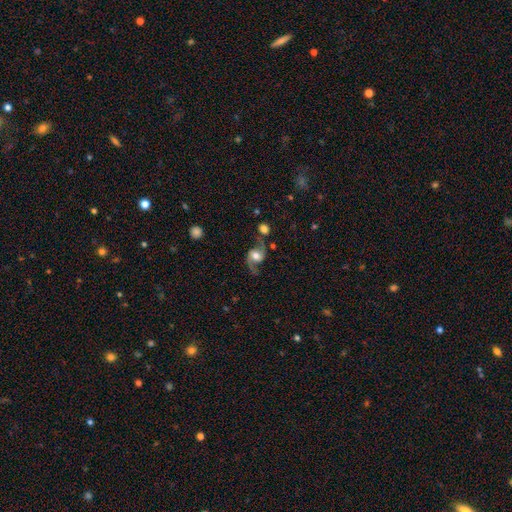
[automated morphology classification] A featured or disk galaxy (83%) with no bar (53%), 2 (93%) loose (67%) spiral arms (96%) and a moderate central bulge (58%). Merging: none (69%).